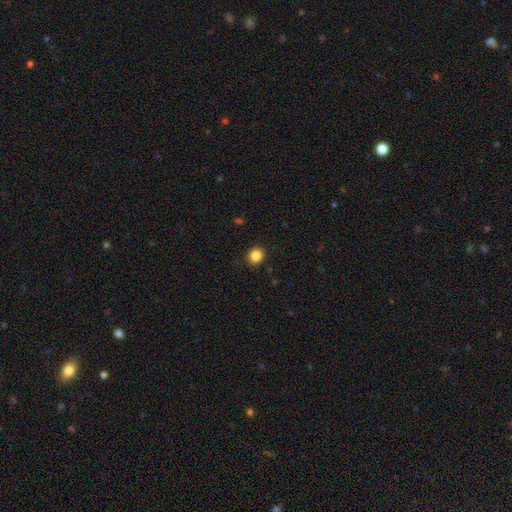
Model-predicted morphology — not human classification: Smooth or featured? Predicted: smooth (p=0.85). How rounded? Predicted: round (p=0.77). Merging? Predicted: none (p=0.91).